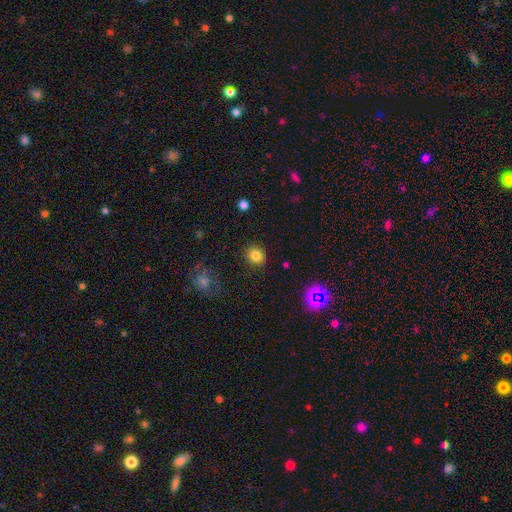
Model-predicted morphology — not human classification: A smooth galaxy with no disk features (81%) that is round (80%).

Vote fractions:
- Smooth or featured? smooth: 81% / star or artifact: 13% / featured or disk: 6%
- How rounded? round: 80% / in between: 19% / cigar-shaped: 1%
- Merging? none: 88% / minor disturbance: 8% / major disturbance: 3% / merger: 1%